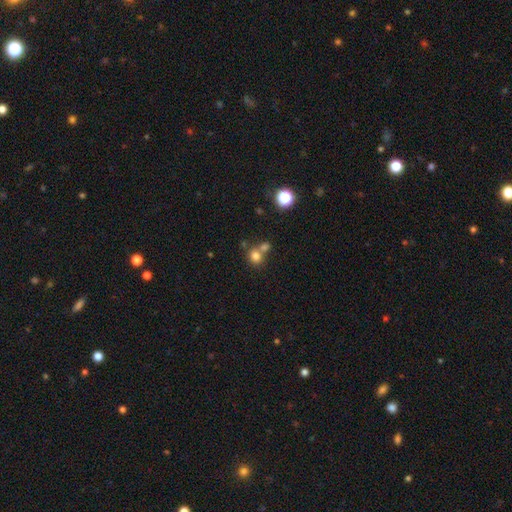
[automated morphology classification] Smooth or featured? Predicted: smooth (p=0.77). How rounded? Predicted: round (p=0.78). Merging? Predicted: none (p=0.49).